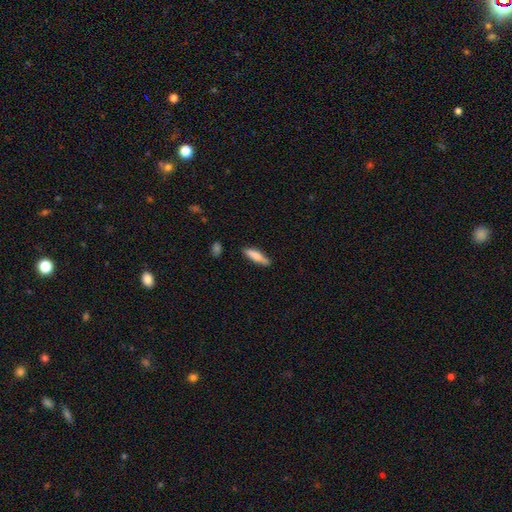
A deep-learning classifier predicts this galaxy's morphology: smooth_or_featured: smooth (p=0.76) [alt: featured or disk p=0.18]
how_rounded: cigar-shaped (p=0.73) [alt: in between p=0.25]
merging: none (p=0.82) [alt: minor disturbance p=0.14]